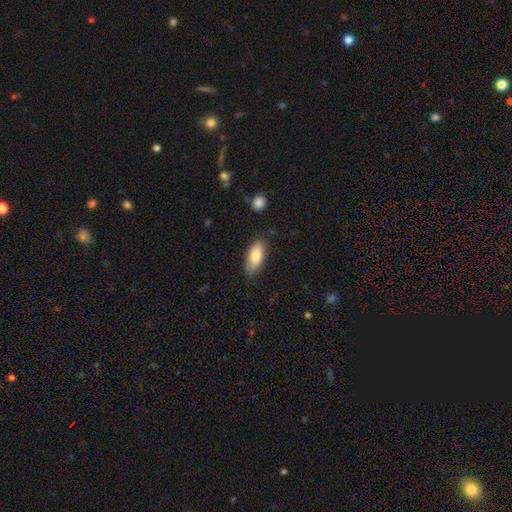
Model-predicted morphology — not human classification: smooth_or_featured: smooth (p=0.81) [alt: featured or disk p=0.13]
how_rounded: in between (p=0.86) [alt: cigar-shaped p=0.12]
merging: none (p=0.78) [alt: minor disturbance p=0.17]